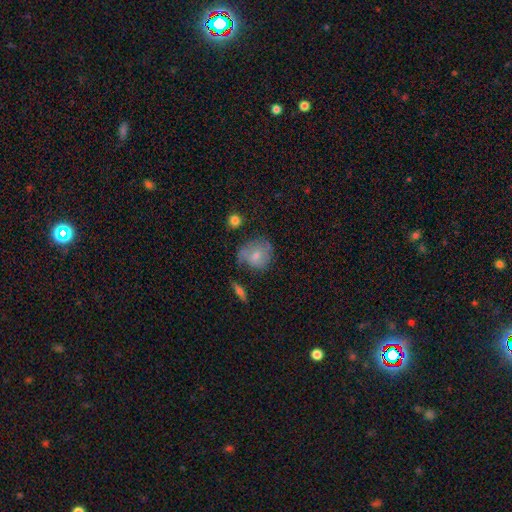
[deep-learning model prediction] smooth-or-featured: smooth: 59% | featured or disk: 33% | star or artifact: 8%
  how-rounded: round: 70% | in between: 28% | cigar-shaped: 1%
  merging: none: 52% | minor disturbance: 28% | major disturbance: 14% | merger: 6%